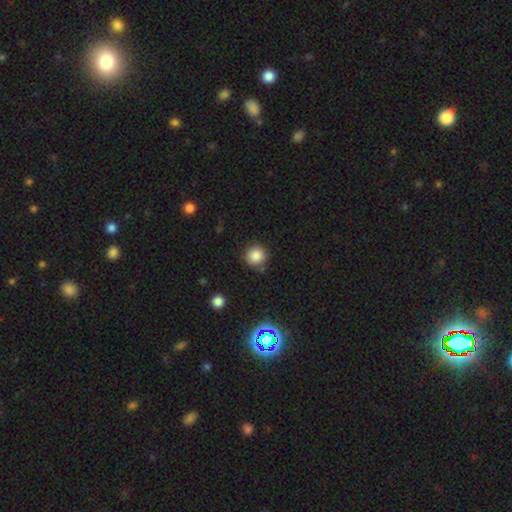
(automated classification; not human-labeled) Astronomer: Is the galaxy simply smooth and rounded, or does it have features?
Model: smooth — 84%.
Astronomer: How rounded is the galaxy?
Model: round — 93%.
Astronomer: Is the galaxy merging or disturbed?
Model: none — 84%.